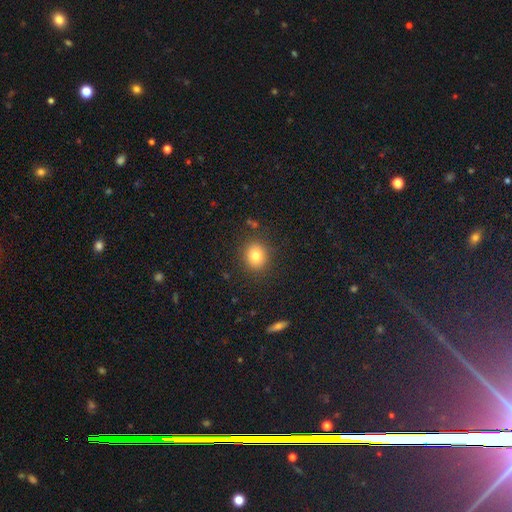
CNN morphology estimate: A smooth galaxy with no disk features (80%) that is round (80%). Merging: none (87%).